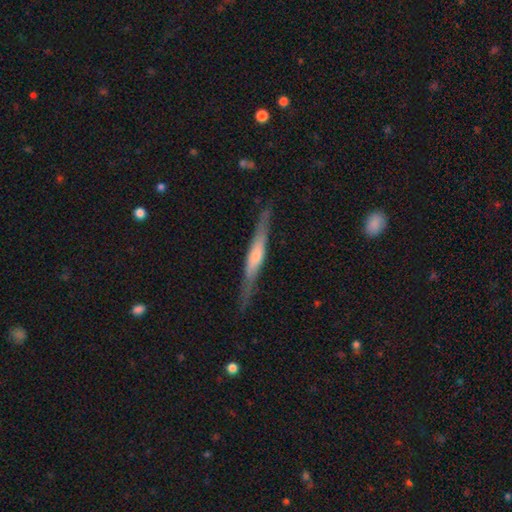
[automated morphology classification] Smooth or featured?
  - featured or disk: 62% *
  - smooth: 32%
  - star or artifact: 6%
Edge-on disk?
  - yes: 94% *
  - no: 6%
Edge-on bulge?
  - rounded: 60% *
  - none: 25%
  - boxy: 14%
Merging?
  - none: 84% *
  - minor disturbance: 12%
  - major disturbance: 3%
  - merger: 1%